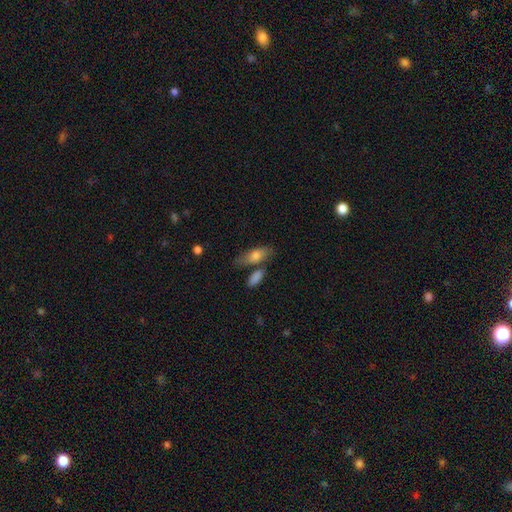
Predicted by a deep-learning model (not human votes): Smooth or featured? Predicted: smooth (p=0.71). How rounded? Predicted: in between (p=0.73). Merging? Predicted: none (p=0.62).